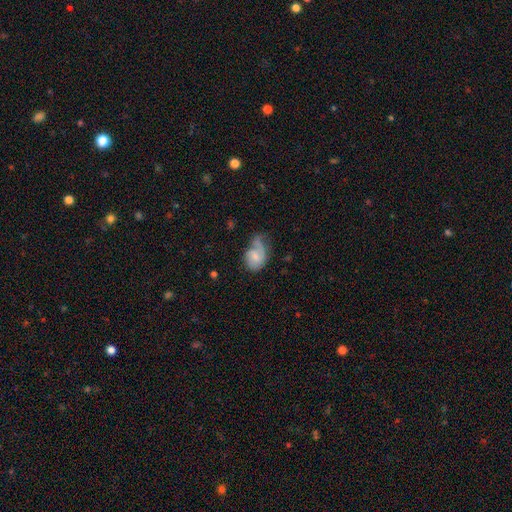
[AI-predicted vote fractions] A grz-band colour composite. It shows a smooth galaxy with no disk features (52%) that is in between round and cigar-shaped (71%). Merging: minor disturbance (33%).